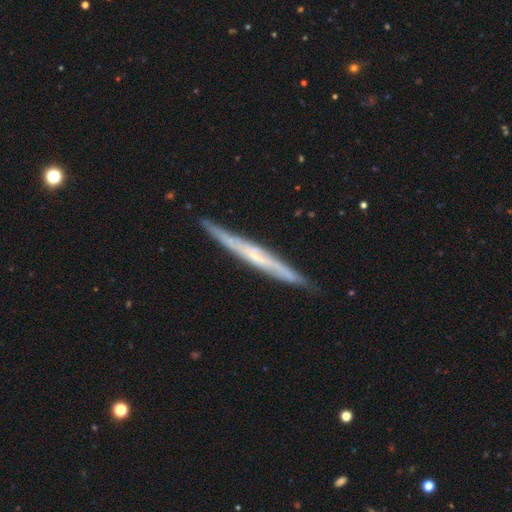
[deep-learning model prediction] This is likely a featured or disk galaxy (68%). It is clearly viewed edge-on (94%). Edge-on bulge: possibly none (60%). Merging: clearly none (88%).